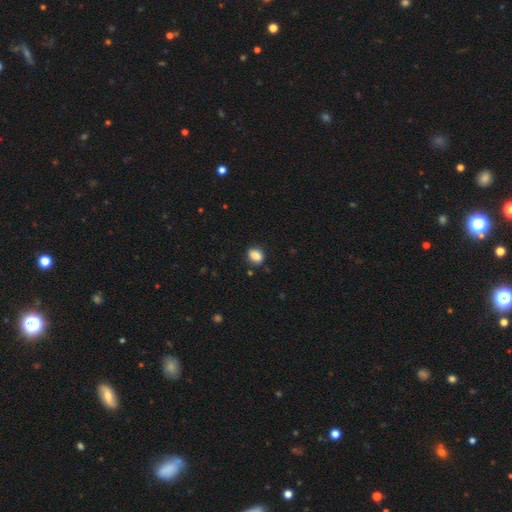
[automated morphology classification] Overall: smooth (86%). How rounded: in between (68%; round 31%). Merging: none (82%).